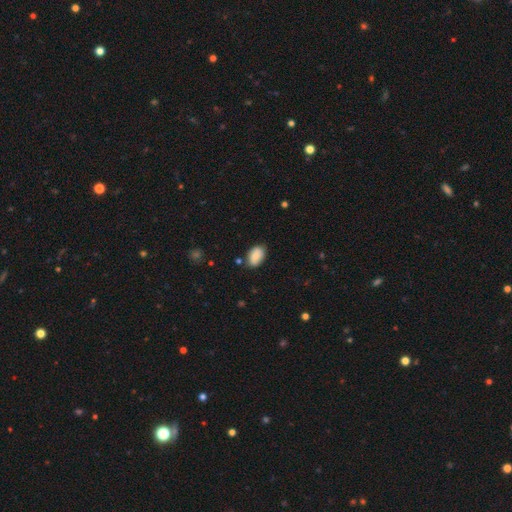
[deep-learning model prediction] Smooth or featured? smooth (84%)
How rounded? in between (89%)
Merging? none (77%)